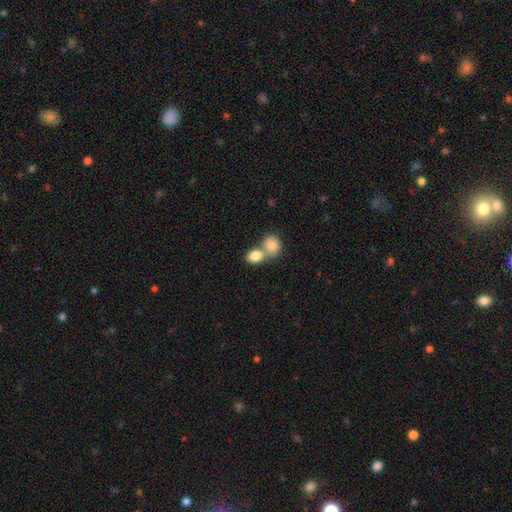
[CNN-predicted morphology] Overall: smooth (84%). How rounded: in between (60%; round 38%). Merging: merger (60%; none 31%).